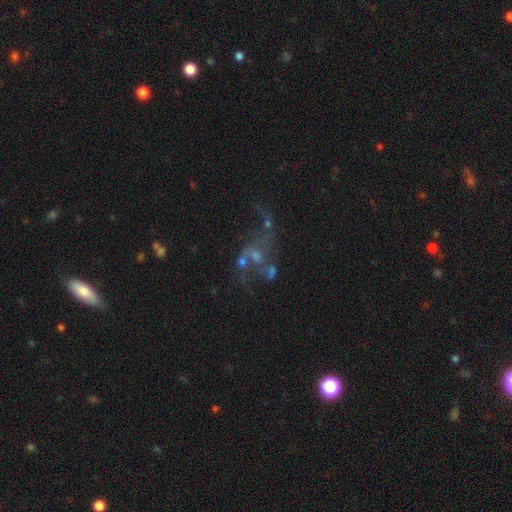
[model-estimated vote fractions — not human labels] This appears to be a star or artifact, not a galaxy (40%).